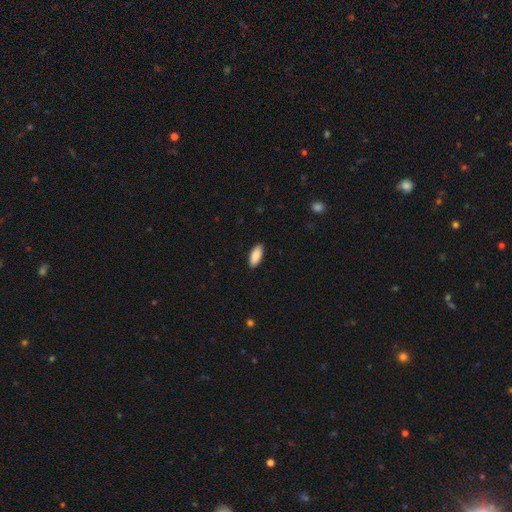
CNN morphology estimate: Smooth or featured?
  - smooth: 90% *
  - star or artifact: 6%
  - featured or disk: 4%
How rounded?
  - in between: 86% *
  - cigar-shaped: 12%
  - round: 2%
Merging?
  - none: 90% *
  - minor disturbance: 8%
  - major disturbance: 2%
  - merger: 1%